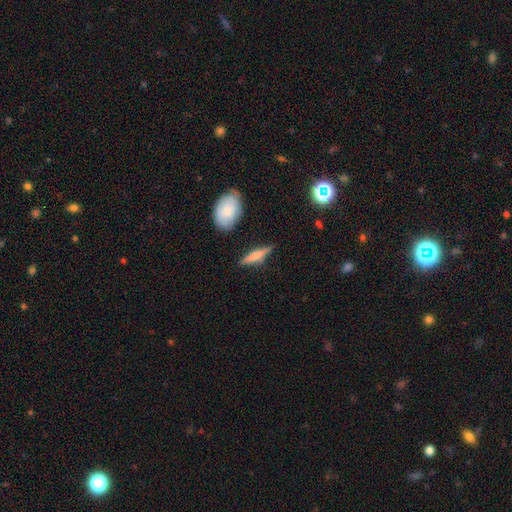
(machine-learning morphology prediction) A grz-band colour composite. It shows a smooth galaxy with no disk features (52%) that is cigar-shaped (73%). Merging: none (81%).